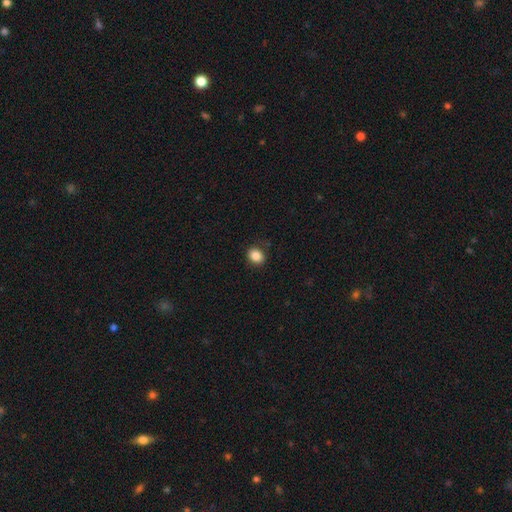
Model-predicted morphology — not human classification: smooth 86%, star or artifact 10%, featured or disk 4%. Down the decision tree: how rounded — round (56%); merging — none (83%).